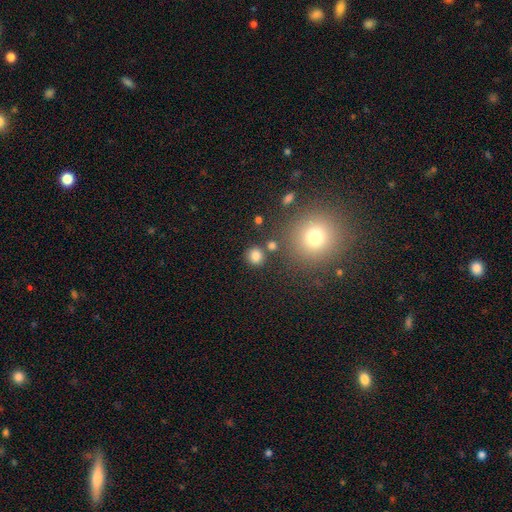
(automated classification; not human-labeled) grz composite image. It shows a smooth galaxy with no disk features (81%) that is round (87%). Merging: none (81%).